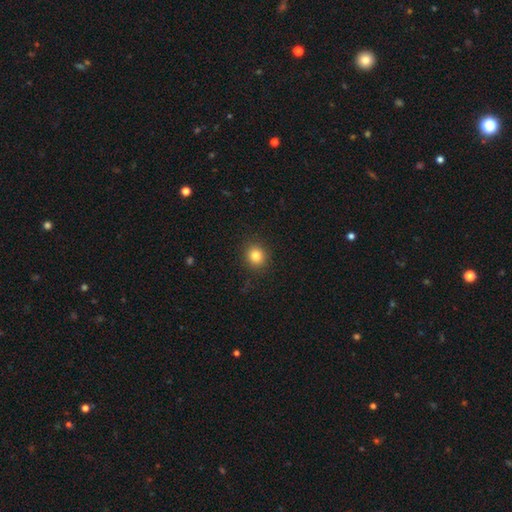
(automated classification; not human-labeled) Morphology: type=smooth (83%); roundness=round (85%); merging=none (90%).